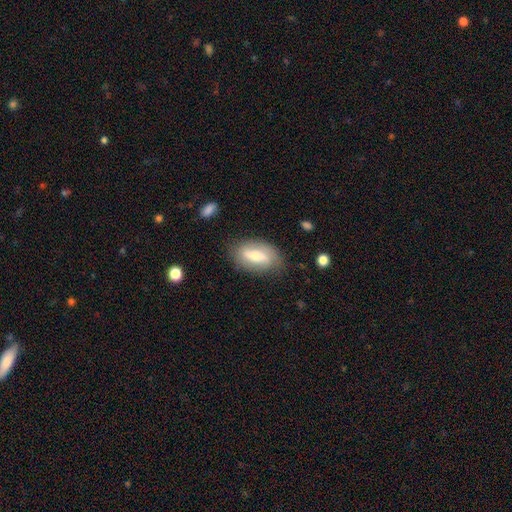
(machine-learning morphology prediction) The model was most divided on "smooth or featured": smooth: 50%, featured or disk: 43%, star or artifact: 7%. More confident: merging — none (78%).